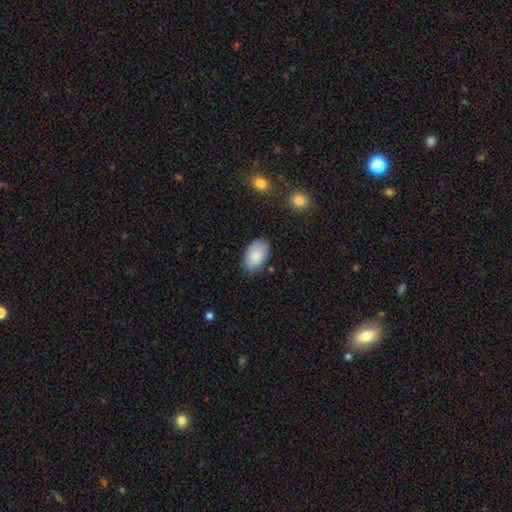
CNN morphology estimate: type=smooth (86%); roundness=in between (93%); merging=none (80%).